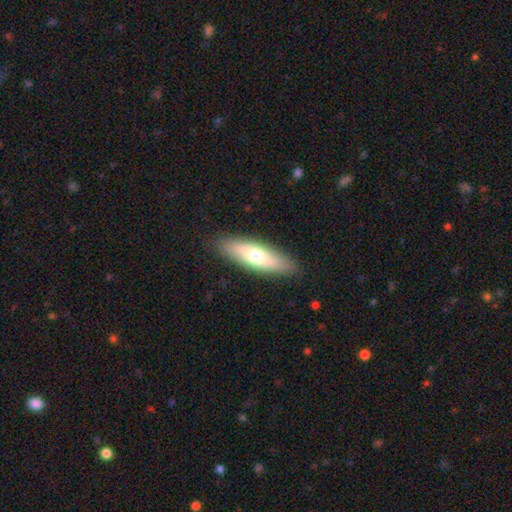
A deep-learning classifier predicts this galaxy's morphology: smooth_or_featured: smooth (p=0.63) [alt: featured or disk p=0.32]
how_rounded: cigar-shaped (p=0.52) [alt: in between p=0.46]
merging: none (p=0.88) [alt: minor disturbance p=0.09]